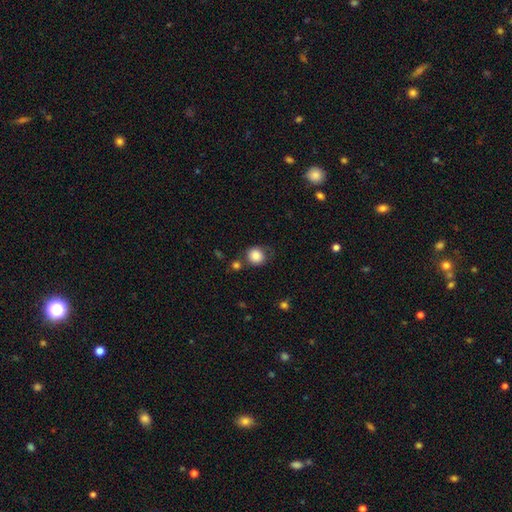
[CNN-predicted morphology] smooth-or-featured: smooth: 85% | star or artifact: 9% | featured or disk: 5%
  how-rounded: round: 88% | in between: 11% | cigar-shaped: 1%
  merging: none: 70% | minor disturbance: 16% | merger: 8% | major disturbance: 5%